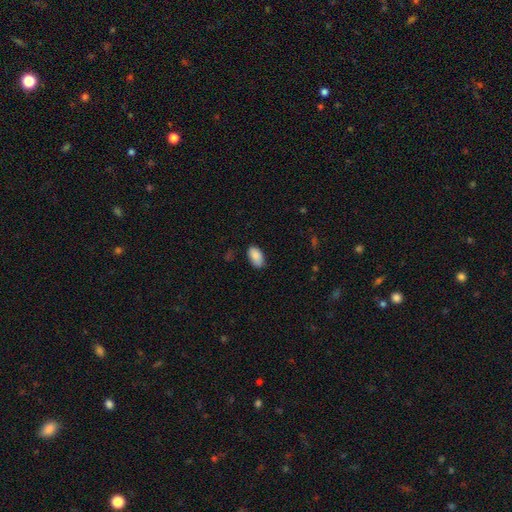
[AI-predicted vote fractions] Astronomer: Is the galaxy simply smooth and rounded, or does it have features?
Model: smooth — 89%.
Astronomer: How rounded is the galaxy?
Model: in between — 94%.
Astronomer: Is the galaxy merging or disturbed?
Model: none — 79%.